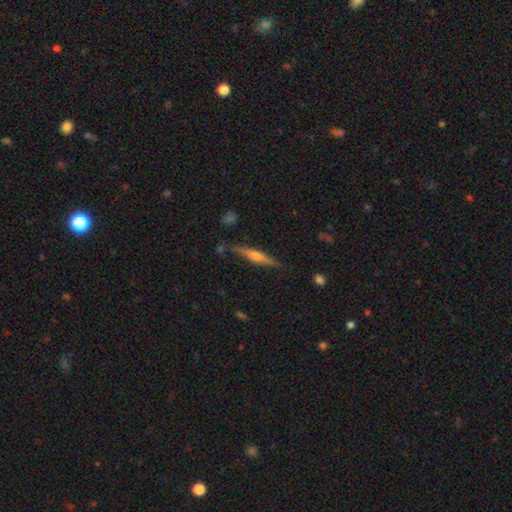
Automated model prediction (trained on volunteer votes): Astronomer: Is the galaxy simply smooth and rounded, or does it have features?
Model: featured or disk — 66%.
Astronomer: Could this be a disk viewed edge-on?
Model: yes — 97%.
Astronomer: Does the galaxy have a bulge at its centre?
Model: rounded — 75%.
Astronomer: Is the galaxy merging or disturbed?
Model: none — 86%.